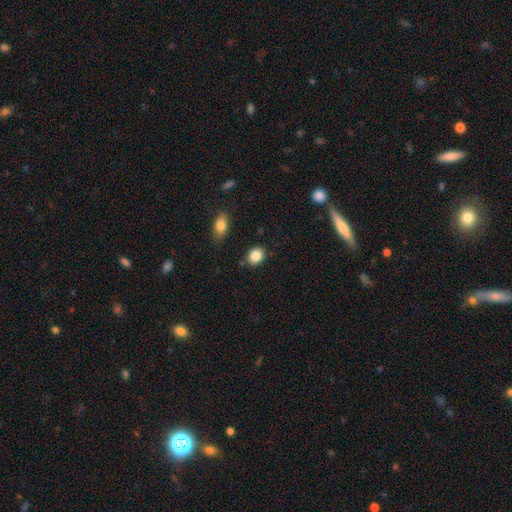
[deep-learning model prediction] A smooth galaxy with no disk features (86%) that is round (50%).

Vote fractions:
- Smooth or featured? smooth: 86% / star or artifact: 9% / featured or disk: 5%
- How rounded? round: 50% / in between: 49% / cigar-shaped: 1%
- Merging? none: 83% / minor disturbance: 11% / merger: 4% / major disturbance: 3%